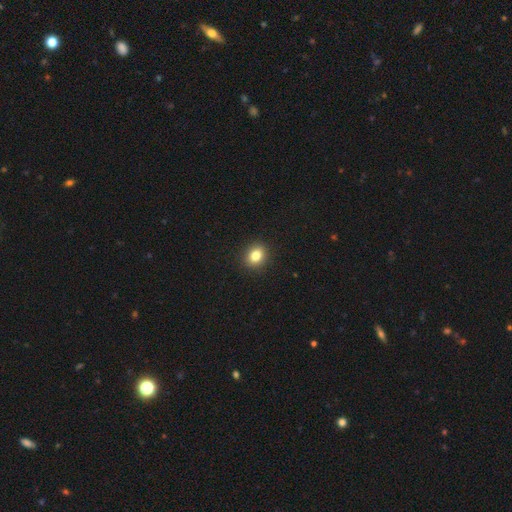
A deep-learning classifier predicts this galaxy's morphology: A smooth galaxy with no disk features (83%) that is round (59%). Merging: none (91%).